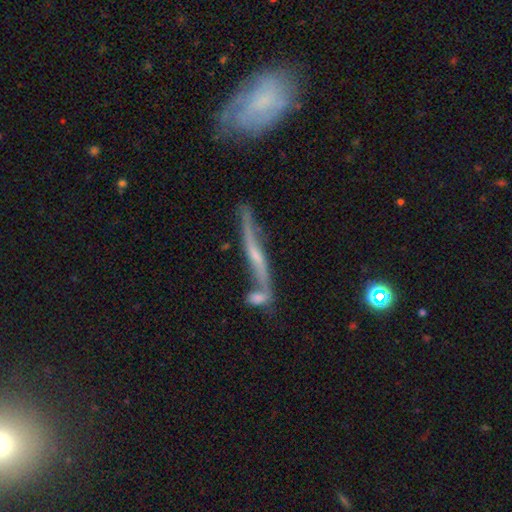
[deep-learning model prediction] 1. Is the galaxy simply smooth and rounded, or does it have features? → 74% featured or disk, 16% smooth, 10% star or artifact.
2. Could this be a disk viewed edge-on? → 75% yes, 25% no.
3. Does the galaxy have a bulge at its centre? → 67% rounded, 25% none, 8% boxy.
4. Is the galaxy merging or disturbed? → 59% none, 19% minor disturbance, 15% merger, 8% major disturbance.